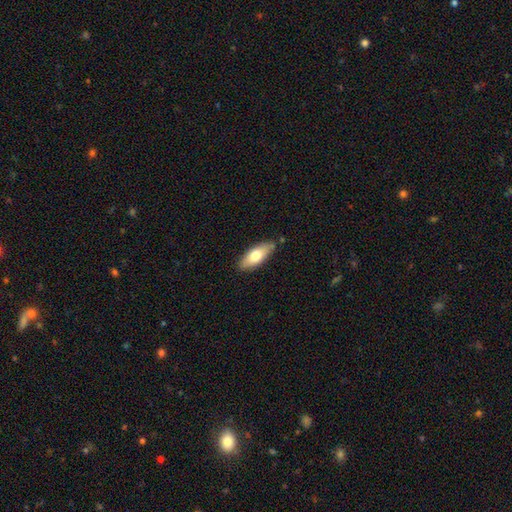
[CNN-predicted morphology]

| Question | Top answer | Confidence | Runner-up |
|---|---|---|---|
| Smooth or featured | smooth | 70% | featured or disk (24%) |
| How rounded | in between | 78% | cigar-shaped (20%) |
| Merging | none | 82% | minor disturbance (13%) |